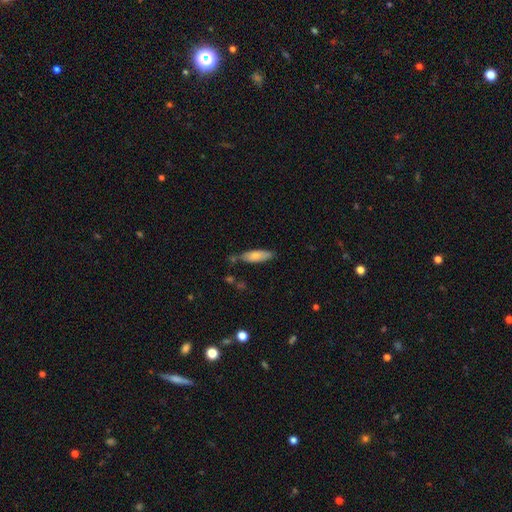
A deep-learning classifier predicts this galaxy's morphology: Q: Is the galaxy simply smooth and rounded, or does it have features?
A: smooth — 74%.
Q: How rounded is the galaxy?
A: in between — 52%.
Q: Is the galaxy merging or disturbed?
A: none — 69%.